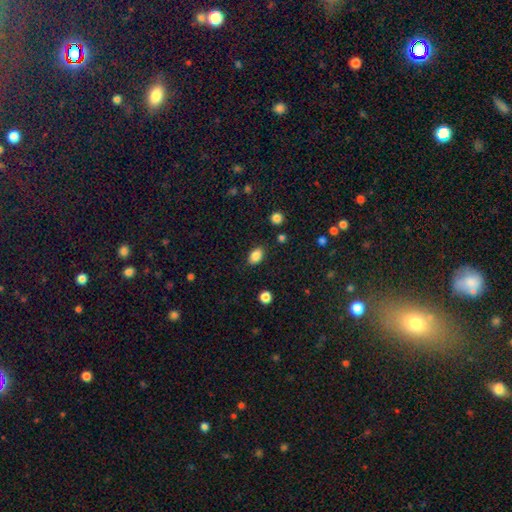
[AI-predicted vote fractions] smooth 85%, star or artifact 9%, featured or disk 5%. Down the decision tree: how rounded — in between (84%); merging — none (84%).